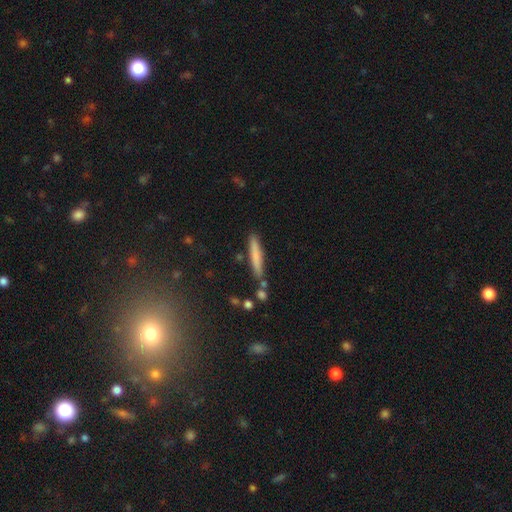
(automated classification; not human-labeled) A smooth galaxy with no disk features (73%) that is cigar-shaped (93%).

Vote fractions:
- Smooth or featured? smooth: 73% / featured or disk: 20% / star or artifact: 7%
- How rounded? cigar-shaped: 93% / in between: 6% / round: 1%
- Merging? none: 82% / minor disturbance: 11% / merger: 5% / major disturbance: 2%